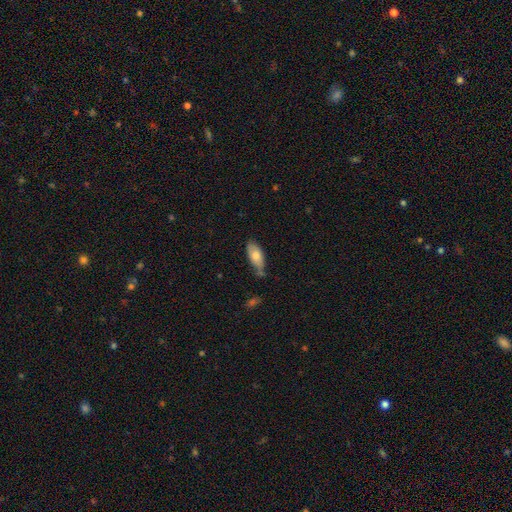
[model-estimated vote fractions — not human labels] smooth-or-featured: smooth: 74% | featured or disk: 20% | star or artifact: 6%
  how-rounded: in between: 86% | cigar-shaped: 12% | round: 2%
  merging: none: 59% | minor disturbance: 27% | merger: 9% | major disturbance: 5%